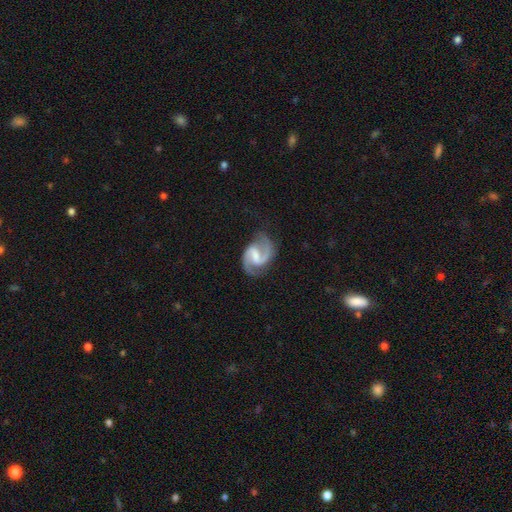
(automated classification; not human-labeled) Smooth or featured: featured or disk — 92% (smooth — 4%)
Edge-on disk: no — 98% (yes — 2%)
Bar: weak — 50% (strong — 36%)
Spiral arms: yes — 98% (no — 2%)
Spiral winding: medium — 61% (loose — 21%)
Spiral arm count: 2 — 94% (can't tell — 2%)
Bulge size: moderate — 31% (tied with small — 31%; none — 31%)
Merging: none — 78% (minor disturbance — 15%)